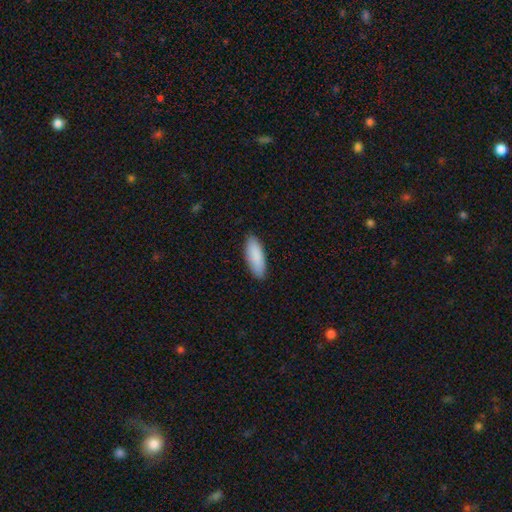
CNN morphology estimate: Q: Smooth or featured?
A: smooth (89%); runner-up: star or artifact (5%)
Q: How rounded?
A: in between (68%); runner-up: cigar-shaped (31%)
Q: Merging?
A: none (88%); runner-up: minor disturbance (9%)